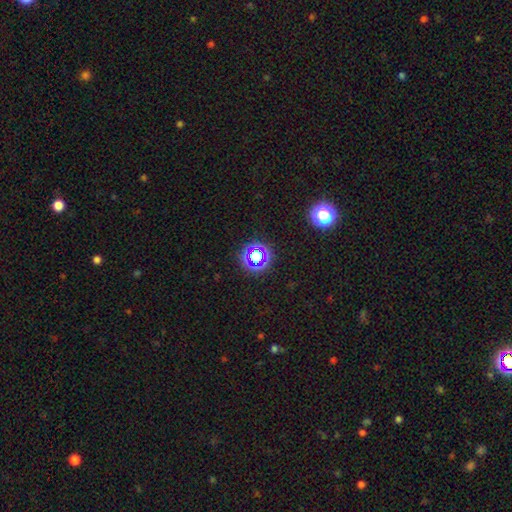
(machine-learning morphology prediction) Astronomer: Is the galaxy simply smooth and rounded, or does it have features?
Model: star or artifact — 60%.